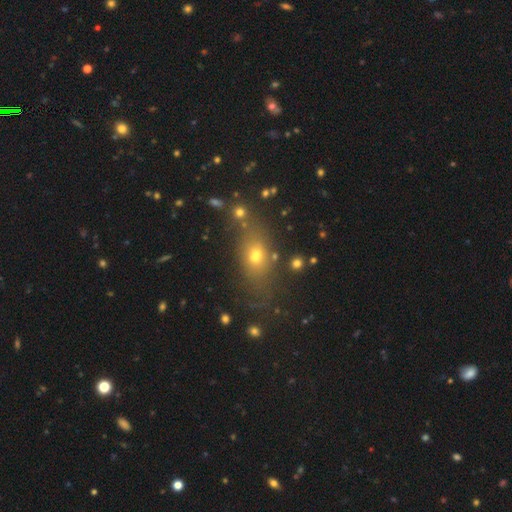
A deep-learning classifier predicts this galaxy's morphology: Smooth or featured: smooth — 63% (star or artifact — 20%)
How rounded: in between — 67% (round — 23%)
Merging: none — 65% (minor disturbance — 15%)